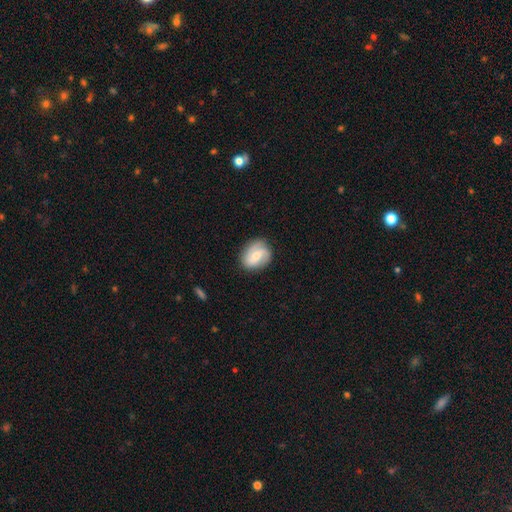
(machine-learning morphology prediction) A featured or disk galaxy (63%) with no bar (47%), 2 (61%) medium (42%) spiral arms (91%) and a moderate central bulge (51%).

Vote fractions:
- Smooth or featured? featured or disk: 63% / smooth: 30% / star or artifact: 7%
- Edge-on disk? no: 97% / yes: 3%
- Bar? no: 47% / weak: 40% / strong: 13%
- Spiral arms? yes: 91% / no: 9%
- Spiral winding? medium: 42% / tight: 31% / loose: 27%
- Spiral arm count? 2: 61% / 3: 15% / can't tell: 13% / 1: 6% / 4: 2% / more than 4: 2%
- Bulge size? moderate: 51% / small: 44% / large: 2% / none: 2% / dominant: 1%
- Merging? none: 78% / minor disturbance: 16% / major disturbance: 5% / merger: 1%